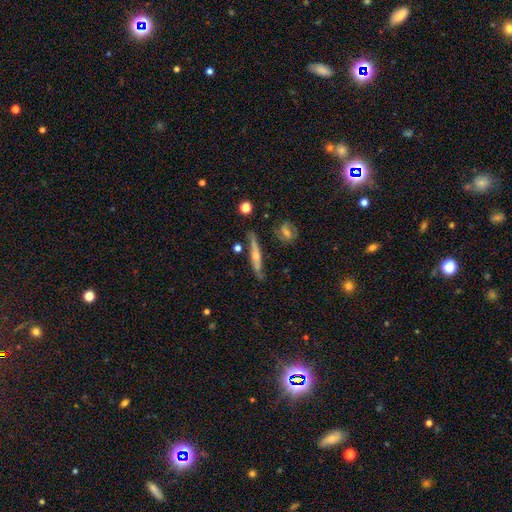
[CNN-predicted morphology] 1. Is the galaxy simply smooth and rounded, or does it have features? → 69% featured or disk, 23% smooth, 8% star or artifact.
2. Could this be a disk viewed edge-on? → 88% yes, 12% no.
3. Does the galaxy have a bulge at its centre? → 80% rounded, 16% none, 4% boxy.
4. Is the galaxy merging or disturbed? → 76% none, 16% minor disturbance, 4% merger, 4% major disturbance.